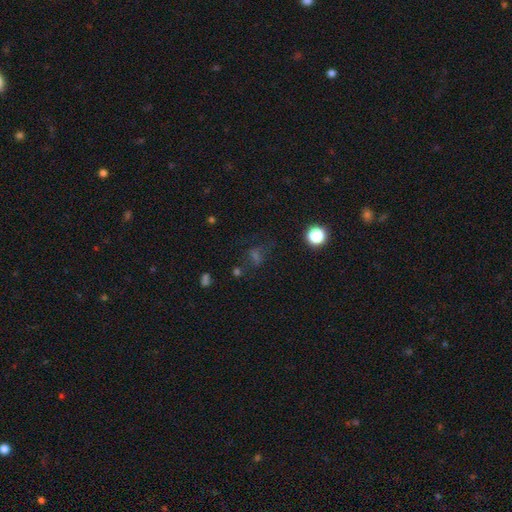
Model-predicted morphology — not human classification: This is marginally a star or artifact rather than a galaxy (45%).